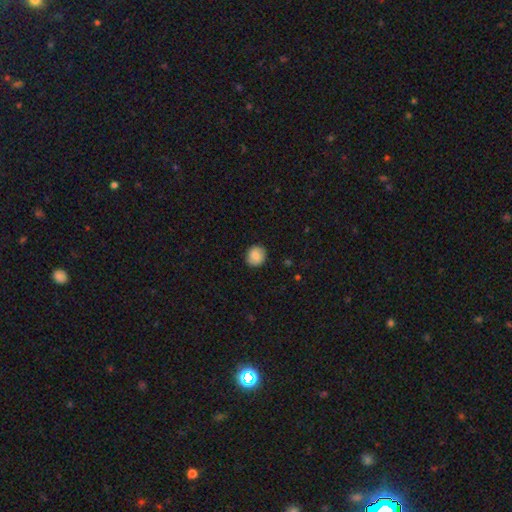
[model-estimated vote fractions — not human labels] A smooth galaxy with no disk features (83%) that is round (85%).

Vote fractions:
- Smooth or featured? smooth: 83% / featured or disk: 9% / star or artifact: 8%
- How rounded? round: 85% / in between: 14% / cigar-shaped: 1%
- Merging? none: 89% / minor disturbance: 8% / major disturbance: 2% / merger: 1%